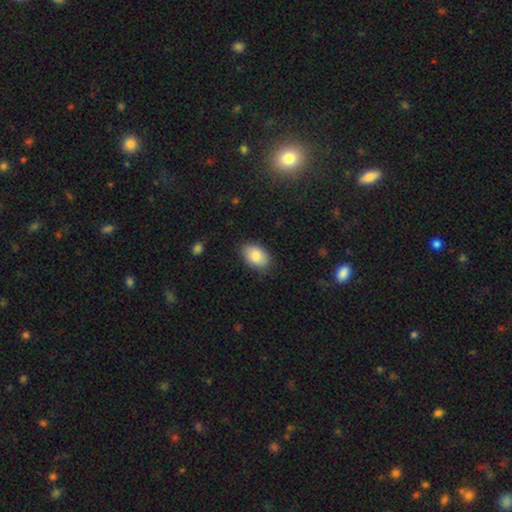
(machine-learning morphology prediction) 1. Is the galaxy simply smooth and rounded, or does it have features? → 85% smooth, 8% featured or disk, 7% star or artifact.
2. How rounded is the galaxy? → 89% in between, 10% round, 1% cigar-shaped.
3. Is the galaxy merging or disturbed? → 85% none, 12% minor disturbance, 3% major disturbance, 1% merger.